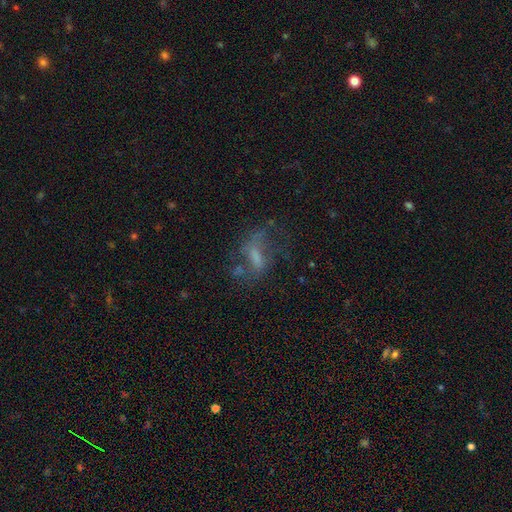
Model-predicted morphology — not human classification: featured or disk 52%, smooth 31%, star or artifact 17%. Down the decision tree: edge-on disk — no (92%); merging — none (42%).